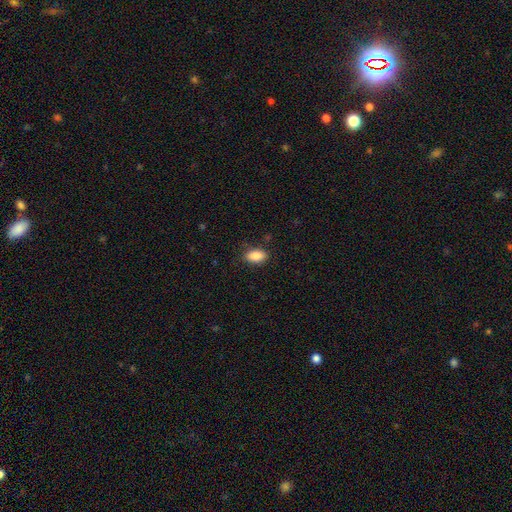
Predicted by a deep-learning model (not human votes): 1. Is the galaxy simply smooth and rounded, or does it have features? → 86% smooth, 8% star or artifact, 6% featured or disk.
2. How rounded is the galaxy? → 91% in between, 6% round, 3% cigar-shaped.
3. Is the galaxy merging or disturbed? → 83% none, 13% minor disturbance, 3% major disturbance, 1% merger.